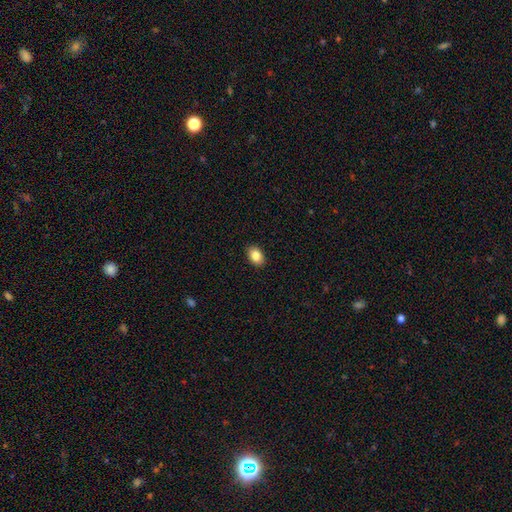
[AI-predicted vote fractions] A smooth galaxy with no disk features (84%) that is in between round and cigar-shaped (80%). Merging: none (90%).